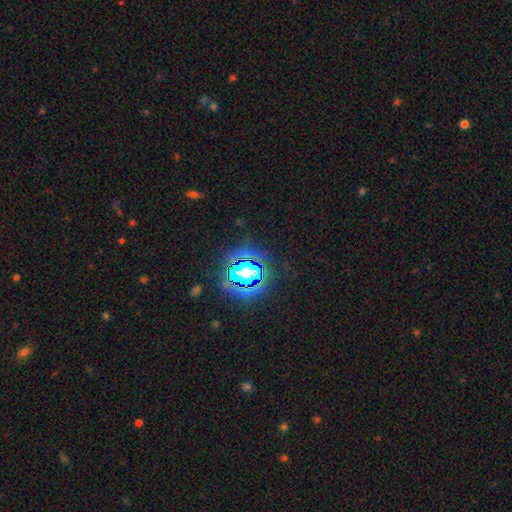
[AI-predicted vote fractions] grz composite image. It shows a star or artifact, not a galaxy (83%).